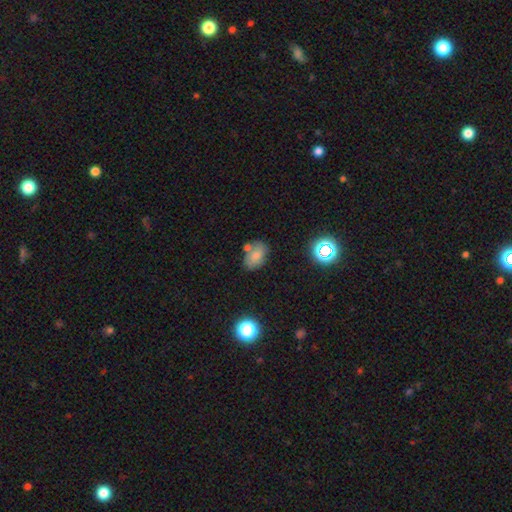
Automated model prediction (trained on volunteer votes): Smooth or featured: smooth — 72% (star or artifact — 14%)
How rounded: in between — 84% (round — 15%)
Merging: none — 57% (minor disturbance — 21%)